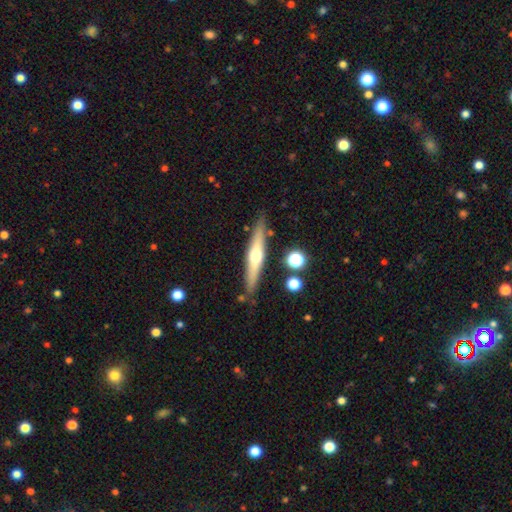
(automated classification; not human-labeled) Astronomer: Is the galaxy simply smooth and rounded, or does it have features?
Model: featured or disk — 60% (runner-up: smooth, 35%).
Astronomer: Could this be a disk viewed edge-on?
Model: yes — 95%.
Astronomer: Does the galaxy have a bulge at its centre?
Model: rounded — 89%.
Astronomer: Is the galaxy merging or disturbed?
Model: none — 85%.